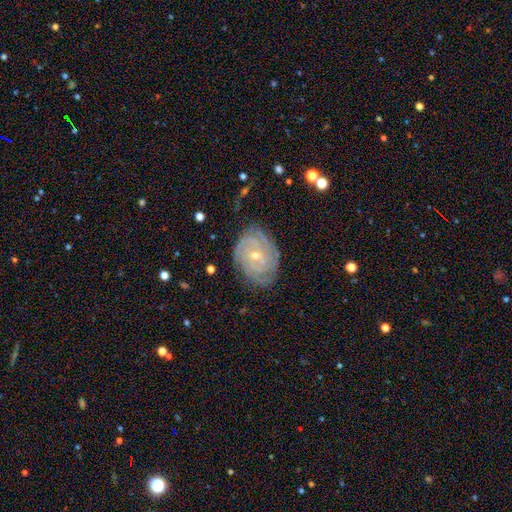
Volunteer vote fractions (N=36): Smooth or featured?
  - featured or disk: 89% *
  - smooth: 6%
  - star or artifact: 6%
Edge-on disk?
  - no: 94% *
  - yes: 6%
Bar?
  - no: 67% *
  - weak: 23%
  - strong: 10%
Spiral arms?
  - yes: 100% *
  - no: 0%
Spiral winding?
  - tight: 77% *
  - medium: 20%
  - loose: 3%
Spiral arm count?
  - 4: 63% *
  - 3: 17%
  - can't tell: 13%
  - more than 4: 7%
  - 1: 0%
  - 2: 0%
Bulge size?
  - small: 60% *
  - moderate: 37%
  - large: 3%
  - dominant: 0%
  - none: 0%
Merging?
  - none: 74% *
  - minor disturbance: 21%
  - major disturbance: 6%
  - merger: 0%